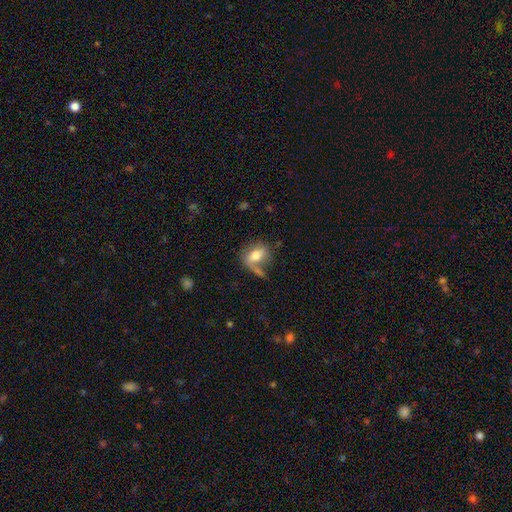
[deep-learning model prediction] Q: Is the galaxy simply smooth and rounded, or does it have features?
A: smooth — 65%.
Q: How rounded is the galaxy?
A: in between — 73%.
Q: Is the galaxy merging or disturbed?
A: none — 47%.